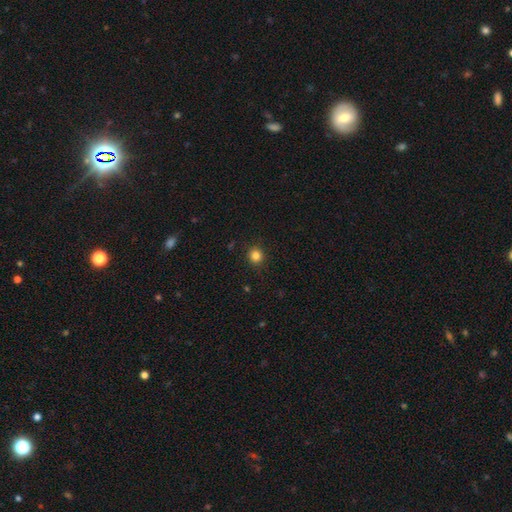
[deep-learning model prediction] smooth-or-featured: smooth: 83% | star or artifact: 12% | featured or disk: 4%
  how-rounded: round: 91% | in between: 8% | cigar-shaped: 1%
  merging: none: 91% | minor disturbance: 6% | major disturbance: 2% | merger: 1%